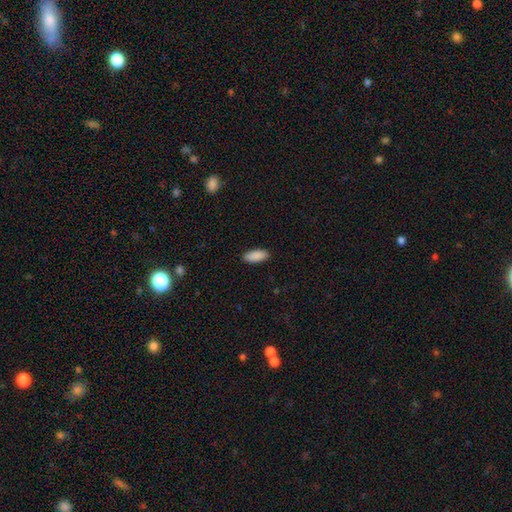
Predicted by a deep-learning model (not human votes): Q: Smooth or featured?
A: smooth (90%); runner-up: star or artifact (6%)
Q: How rounded?
A: in between (85%); runner-up: cigar-shaped (13%)
Q: Merging?
A: none (90%); runner-up: minor disturbance (8%)